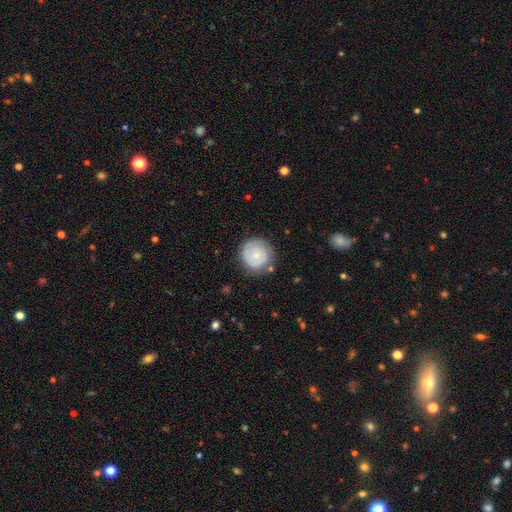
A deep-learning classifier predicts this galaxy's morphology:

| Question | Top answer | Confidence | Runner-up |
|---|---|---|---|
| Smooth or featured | smooth | 57% | featured or disk (36%) |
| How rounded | round | 92% | in between (8%) |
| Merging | none | 74% | minor disturbance (18%) |